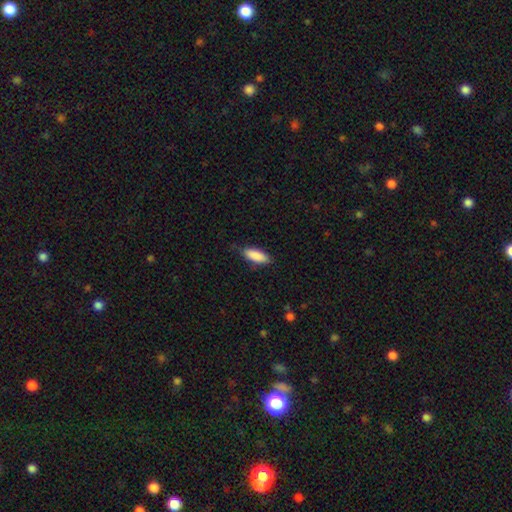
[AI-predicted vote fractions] The model was most divided on "how rounded": in between: 74%, cigar-shaped: 24%, round: 2%. More confident: smooth or featured — smooth (89%); merging — none (80%).